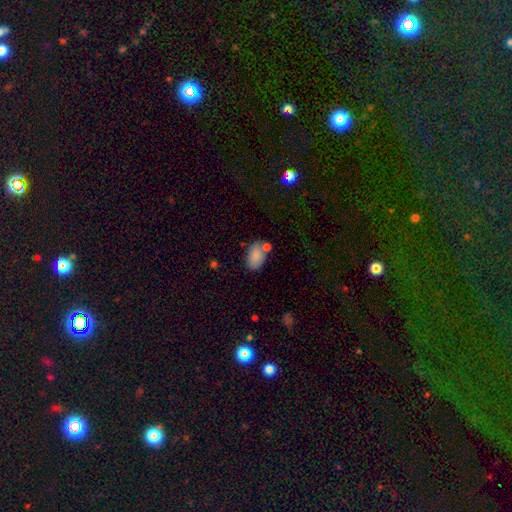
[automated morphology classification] type=smooth (84%); roundness=in between (91%); merging=none (58%).